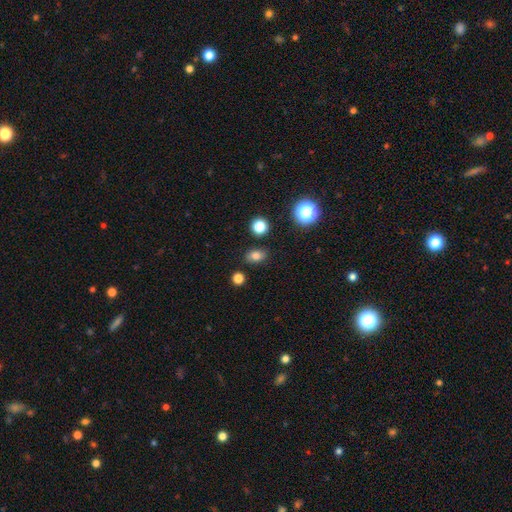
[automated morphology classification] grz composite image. It shows a smooth galaxy with no disk features (78%) that is in between round and cigar-shaped (74%). Merging: none (84%).